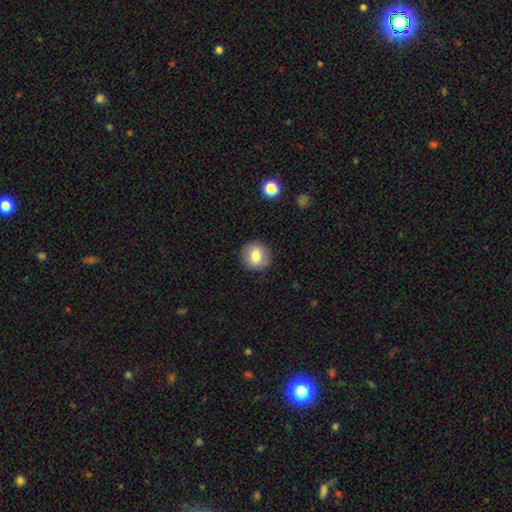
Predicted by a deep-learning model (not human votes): smooth_or_featured: smooth (p=0.78) [alt: featured or disk p=0.13]
how_rounded: round (p=0.89) [alt: in between p=0.10]
merging: none (p=0.89) [alt: minor disturbance p=0.08]